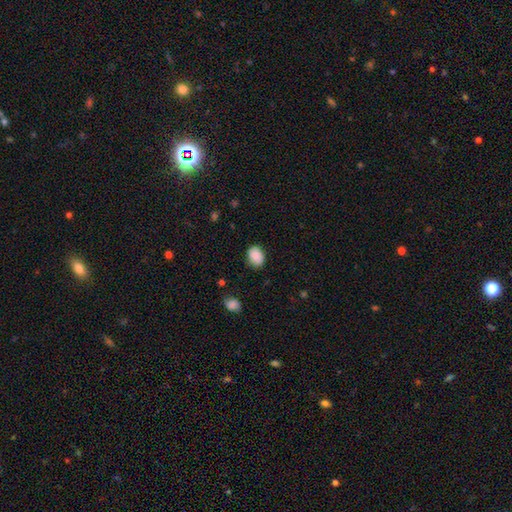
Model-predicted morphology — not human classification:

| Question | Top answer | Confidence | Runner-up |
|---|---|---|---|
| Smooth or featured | smooth | 86% | star or artifact (7%) |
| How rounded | in between | 68% | round (31%) |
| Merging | none | 81% | minor disturbance (15%) |